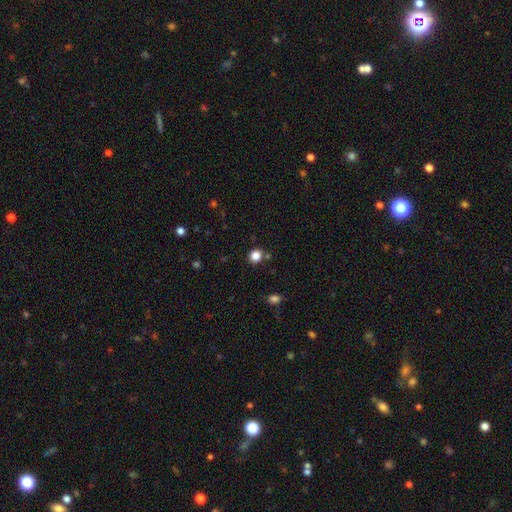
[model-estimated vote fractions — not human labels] Smooth or featured: smooth — 83% (star or artifact — 13%)
How rounded: round — 87% (in between — 12%)
Merging: none — 83% (minor disturbance — 8%)